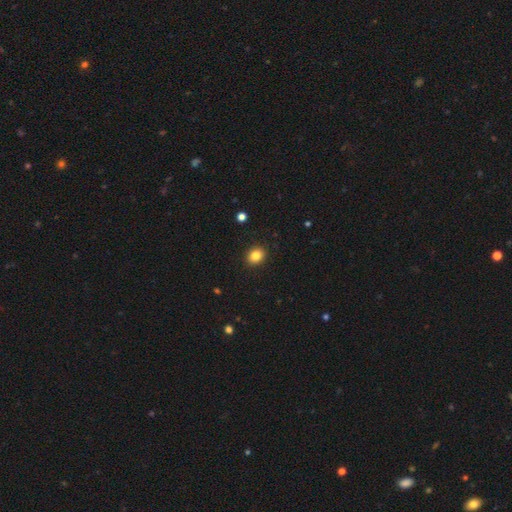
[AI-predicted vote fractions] Morphology: type=smooth (84%); roundness=round (52%); merging=none (91%).